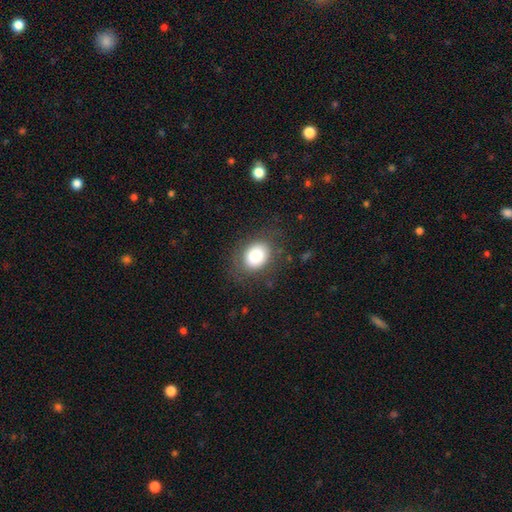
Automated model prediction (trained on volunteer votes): smooth 81%, featured or disk 10%, star or artifact 9%. Down the decision tree: how rounded — in between (53%); merging — none (79%).